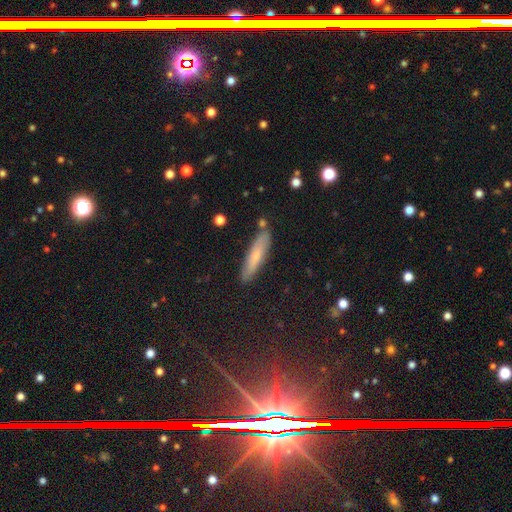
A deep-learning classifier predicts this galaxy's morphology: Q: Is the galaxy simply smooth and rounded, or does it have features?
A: smooth — 62%.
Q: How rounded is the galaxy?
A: cigar-shaped — 78%.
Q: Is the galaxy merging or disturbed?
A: none — 84%.